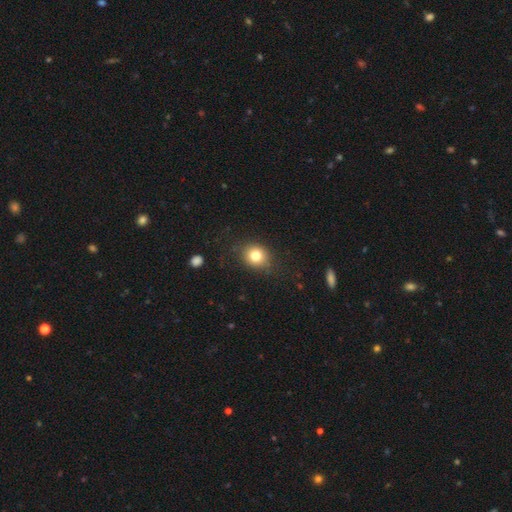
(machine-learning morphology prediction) Q: Smooth or featured?
A: smooth (79%); runner-up: star or artifact (11%)
Q: How rounded?
A: round (74%); runner-up: in between (25%)
Q: Merging?
A: none (81%); runner-up: minor disturbance (14%)